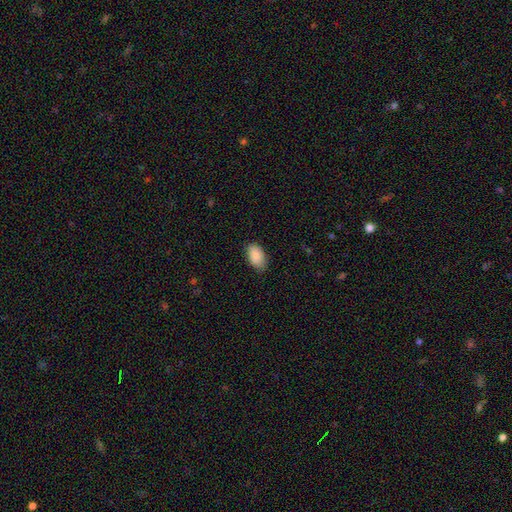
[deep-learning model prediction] smooth_or_featured: smooth (p=0.90) [alt: star or artifact p=0.06]
how_rounded: in between (p=0.93) [alt: round p=0.05]
merging: none (p=0.79) [alt: minor disturbance p=0.17]